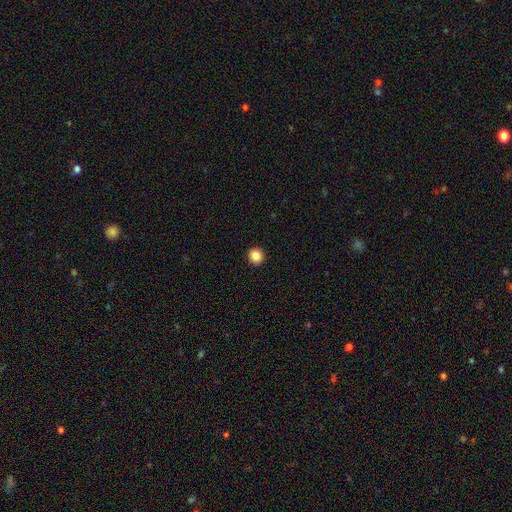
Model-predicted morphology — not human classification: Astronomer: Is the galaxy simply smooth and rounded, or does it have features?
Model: smooth — 86%.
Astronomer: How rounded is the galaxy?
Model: round — 88%.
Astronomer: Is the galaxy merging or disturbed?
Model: none — 93%.